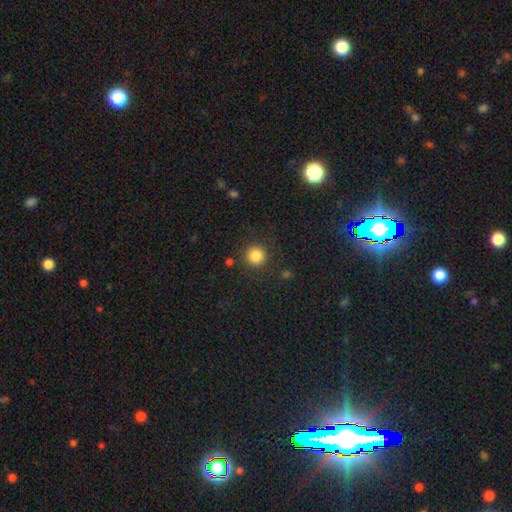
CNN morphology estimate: type=smooth (84%); roundness=round (94%); merging=none (89%).